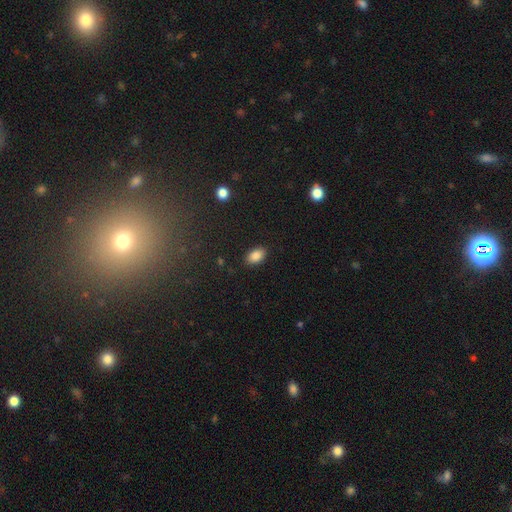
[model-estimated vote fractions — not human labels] Morphology: type=smooth (87%); roundness=in between (91%); merging=none (87%).